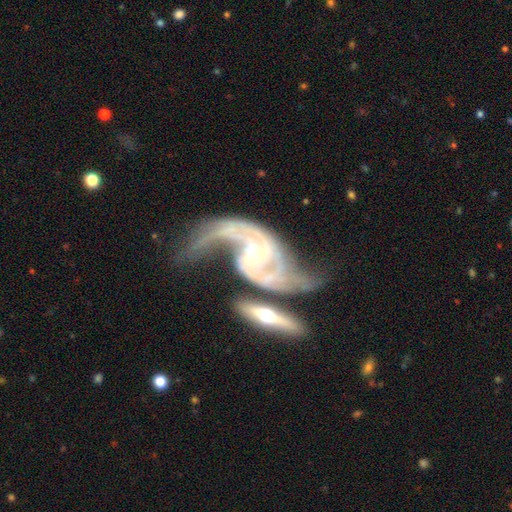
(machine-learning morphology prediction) smooth_or_featured: featured or disk (p=0.90) [alt: star or artifact p=0.05]
disk_edge_on: no (p=0.94) [alt: yes p=0.06]
bar: no (p=0.48) [alt: weak p=0.34]
has_spiral_arms: yes (p=0.96) [alt: no p=0.04]
spiral_winding: loose (p=0.57) [alt: medium p=0.31]
spiral_arm_count: 2 (p=0.78) [alt: can't tell p=0.07]
bulge_size: small (p=0.75) [alt: moderate p=0.21]
merging: merger (p=0.35) [alt: major disturbance p=0.27]